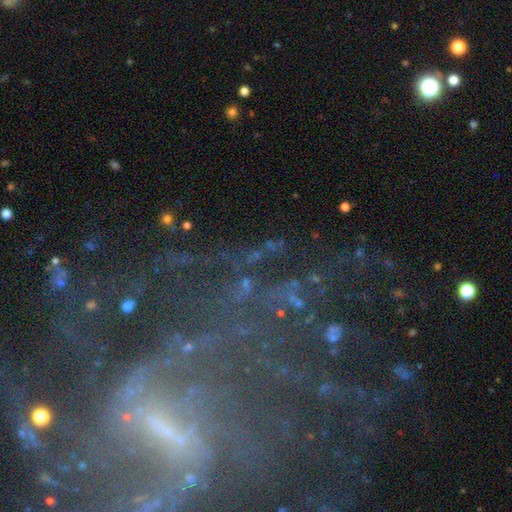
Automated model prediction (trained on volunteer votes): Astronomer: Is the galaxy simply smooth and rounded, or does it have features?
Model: featured or disk — 44% (runner-up: star or artifact, 43%).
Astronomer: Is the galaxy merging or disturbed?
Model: none — 66%.